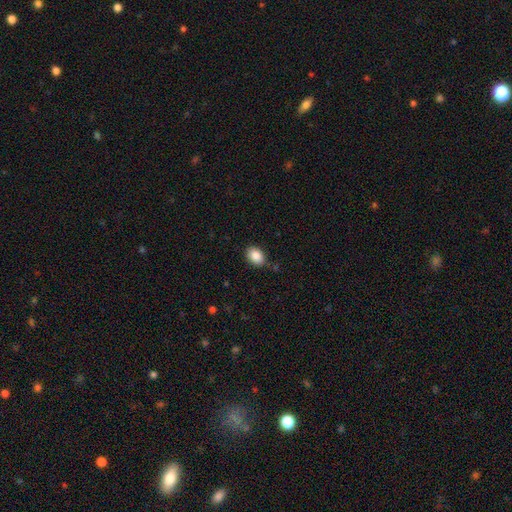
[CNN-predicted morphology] Smooth or featured?
  - smooth: 88% *
  - star or artifact: 8%
  - featured or disk: 4%
How rounded?
  - in between: 78% *
  - round: 21%
  - cigar-shaped: 1%
Merging?
  - none: 81% *
  - minor disturbance: 14%
  - major disturbance: 3%
  - merger: 2%